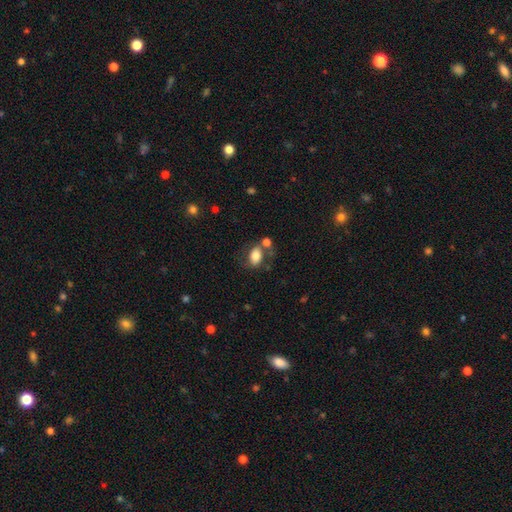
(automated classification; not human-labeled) smooth-or-featured: smooth: 74% | featured or disk: 17% | star or artifact: 8%
  how-rounded: in between: 84% | round: 15% | cigar-shaped: 2%
  merging: none: 54% | merger: 21% | minor disturbance: 17% | major disturbance: 8%